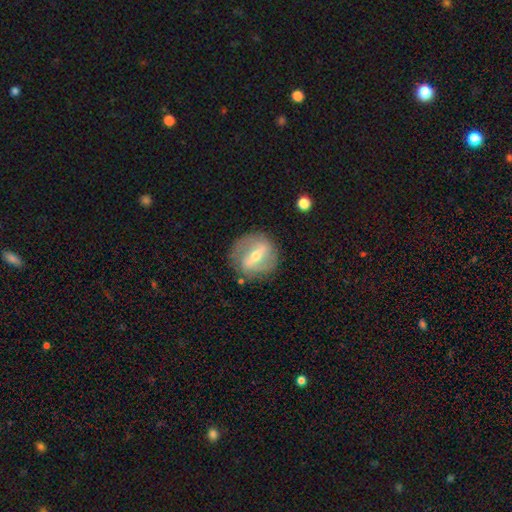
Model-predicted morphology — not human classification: smooth-or-featured: featured or disk: 70% | smooth: 23% | star or artifact: 7%
  disk-edge-on: no: 88% | yes: 12%
    bar: strong: 58% | weak: 32% | no: 10%
    has-spiral-arms: yes: 58% | no: 42%
    bulge-size: moderate: 58% | small: 37% | large: 3% | none: 1% | dominant: 1%
  merging: none: 79% | minor disturbance: 14% | major disturbance: 6% | merger: 2%